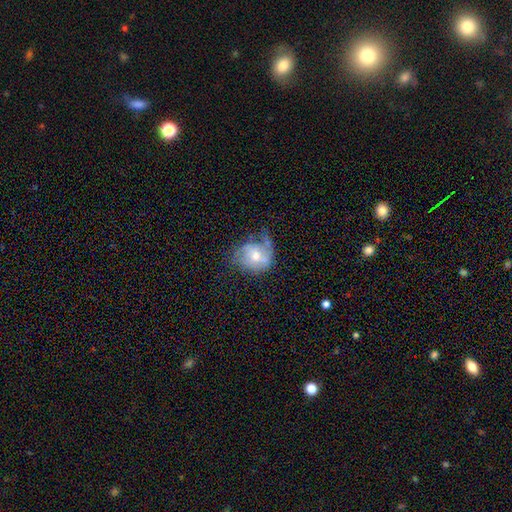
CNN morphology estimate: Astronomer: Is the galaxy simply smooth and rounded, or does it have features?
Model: featured or disk — 60%.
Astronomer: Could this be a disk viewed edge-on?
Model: no — 97%.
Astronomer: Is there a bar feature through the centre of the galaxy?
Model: no — 68%.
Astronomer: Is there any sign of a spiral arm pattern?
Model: yes — 75%.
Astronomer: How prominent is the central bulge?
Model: moderate — 63%.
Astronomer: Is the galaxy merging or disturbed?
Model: none — 41% (runner-up: minor disturbance, 31%).